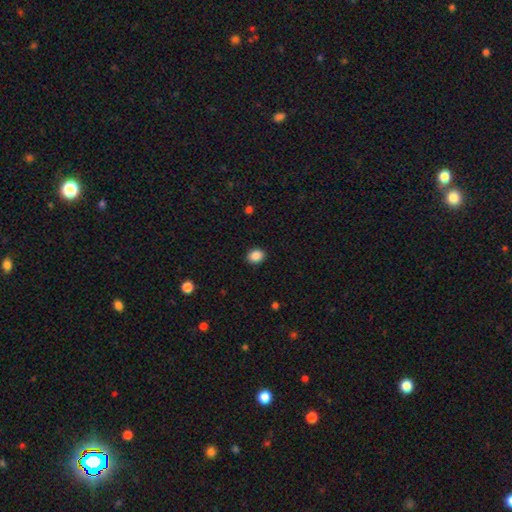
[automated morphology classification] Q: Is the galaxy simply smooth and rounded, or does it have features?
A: smooth — 88%.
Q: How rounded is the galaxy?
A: round — 52%.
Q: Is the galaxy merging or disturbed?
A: none — 91%.